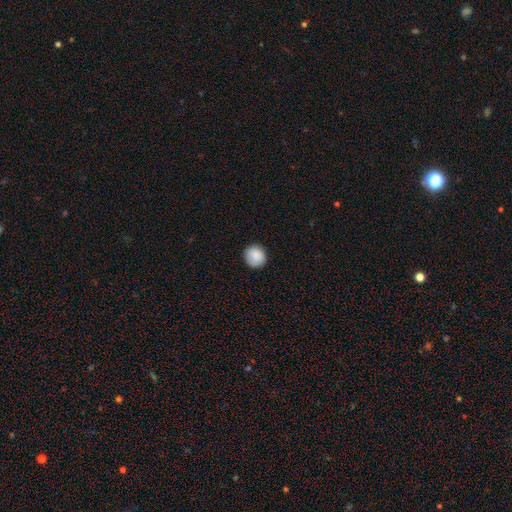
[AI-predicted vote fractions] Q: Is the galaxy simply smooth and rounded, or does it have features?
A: smooth — 88%.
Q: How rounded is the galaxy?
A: round — 92%.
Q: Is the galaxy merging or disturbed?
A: none — 89%.